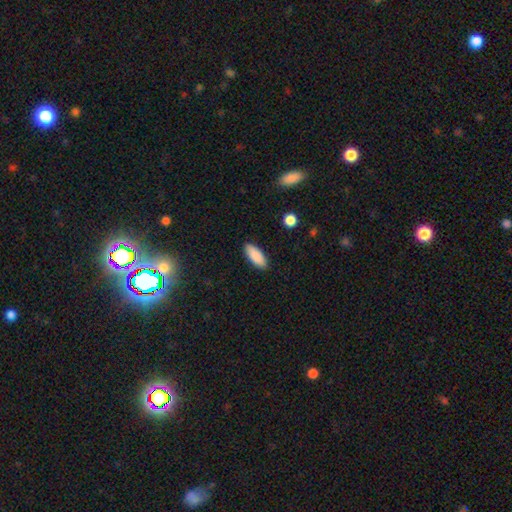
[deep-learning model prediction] Morphology: type=smooth (89%); roundness=in between (79%); merging=none (89%).